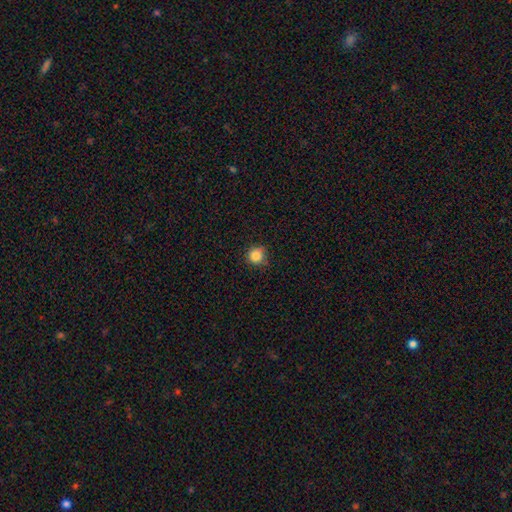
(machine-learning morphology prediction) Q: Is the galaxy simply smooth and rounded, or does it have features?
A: smooth — 85%.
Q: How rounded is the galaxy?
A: round — 92%.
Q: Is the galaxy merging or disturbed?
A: none — 77%.